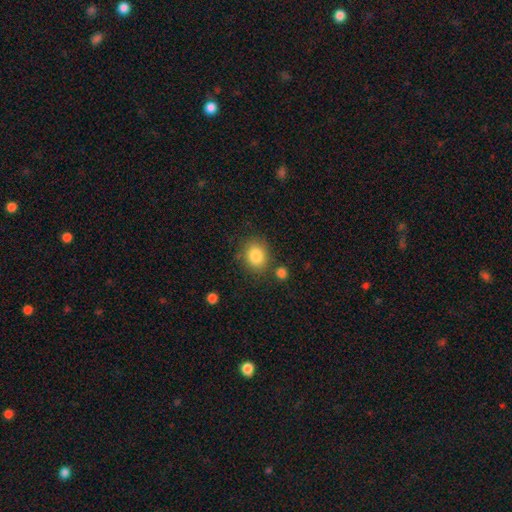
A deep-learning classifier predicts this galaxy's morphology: This is clearly a smooth galaxy (85%). How rounded: likely round (68%). Merging: likely none (77%).